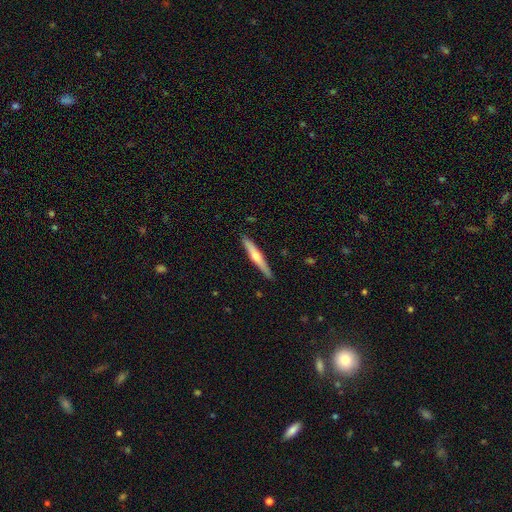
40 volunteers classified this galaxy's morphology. smooth_or_featured: featured or disk (p=0.60) [alt: smooth p=0.33]
disk_edge_on: yes (p=0.96) [alt: no p=0.04]
edge_on_bulge: rounded (p=0.70) [alt: none p=0.17]
merging: none (p=0.97) [alt: minor disturbance p=0.03]